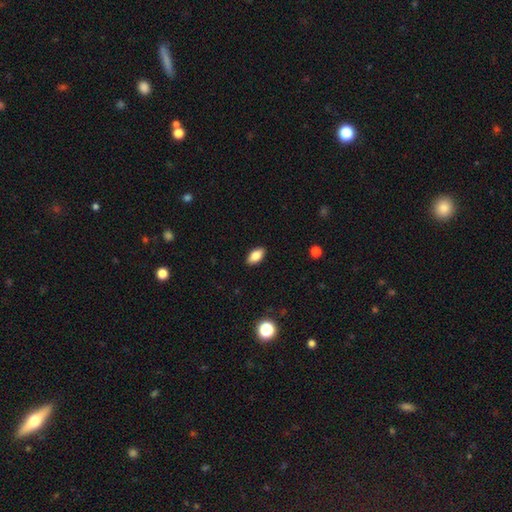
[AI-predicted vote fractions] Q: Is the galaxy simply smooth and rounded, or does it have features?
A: smooth — 85%.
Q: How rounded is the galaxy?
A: in between — 92%.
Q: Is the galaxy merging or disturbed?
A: none — 90%.